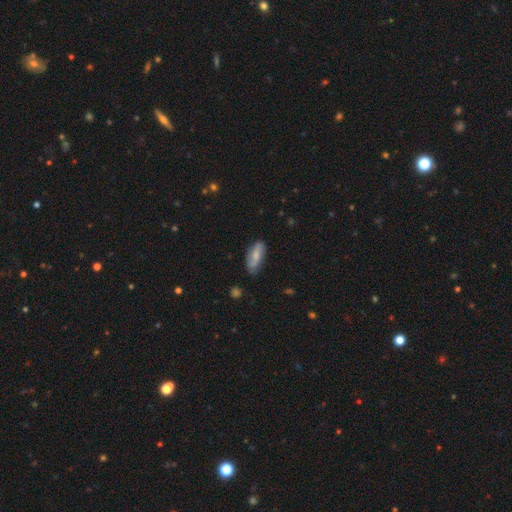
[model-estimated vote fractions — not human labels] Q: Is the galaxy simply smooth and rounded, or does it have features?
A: smooth — 56%.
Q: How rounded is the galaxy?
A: in between — 78%.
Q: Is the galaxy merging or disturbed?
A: none — 73%.